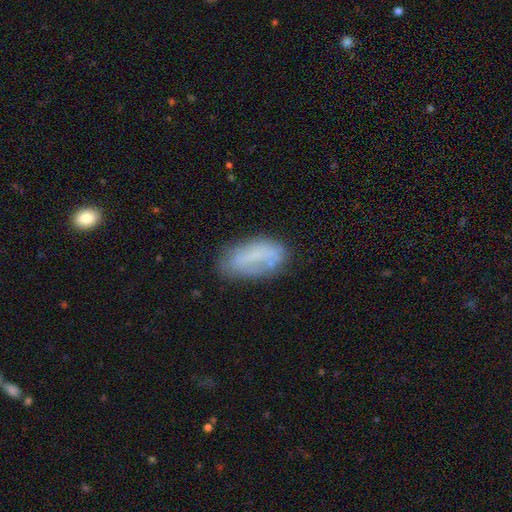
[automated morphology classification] This appears to be a smooth galaxy with no disk features (61%) that is in between round and cigar-shaped (89%). Merging: none (66%).